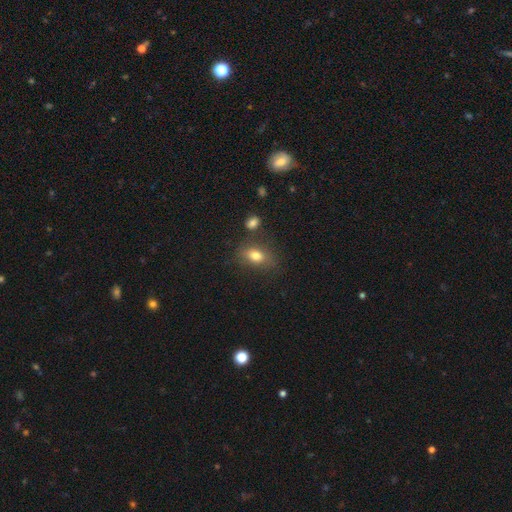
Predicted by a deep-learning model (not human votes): This appears to be a smooth galaxy with no disk features (78%) that is in between round and cigar-shaped (78%). Merging: none (68%).